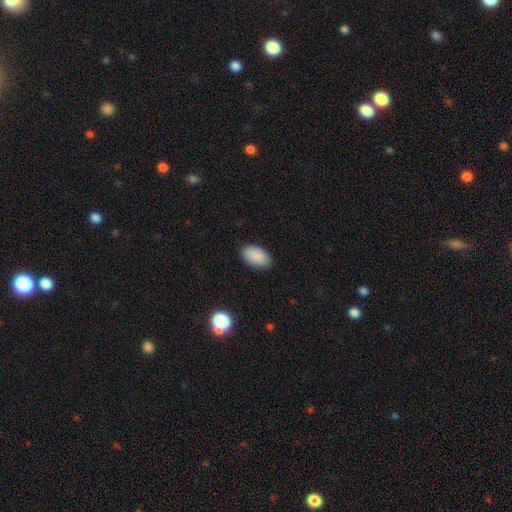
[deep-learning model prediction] This is clearly a smooth galaxy (90%). How rounded: clearly in between (94%). Merging: clearly none (86%).